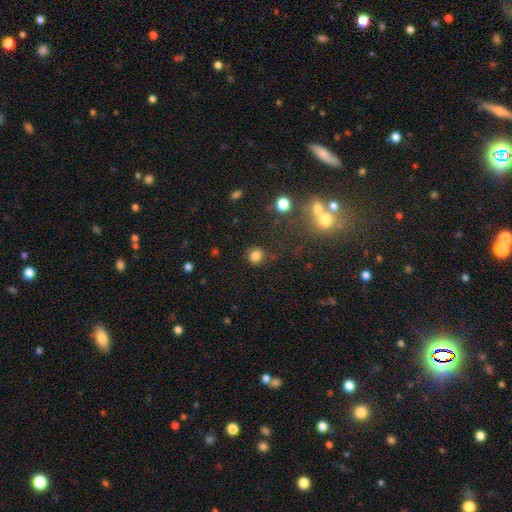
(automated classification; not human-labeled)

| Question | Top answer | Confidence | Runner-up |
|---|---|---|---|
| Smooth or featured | smooth | 81% | star or artifact (14%) |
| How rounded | round | 77% | in between (22%) |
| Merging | none | 82% | minor disturbance (11%) |